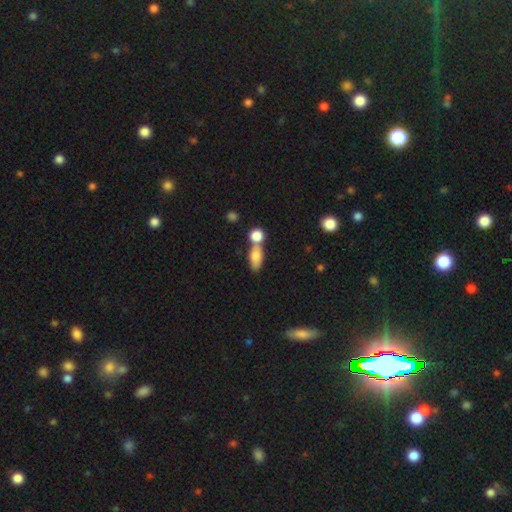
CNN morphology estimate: Smooth or featured: smooth — 78% (featured or disk — 14%)
How rounded: in between — 76% (cigar-shaped — 14%)
Merging: none — 44% (merger — 41%)